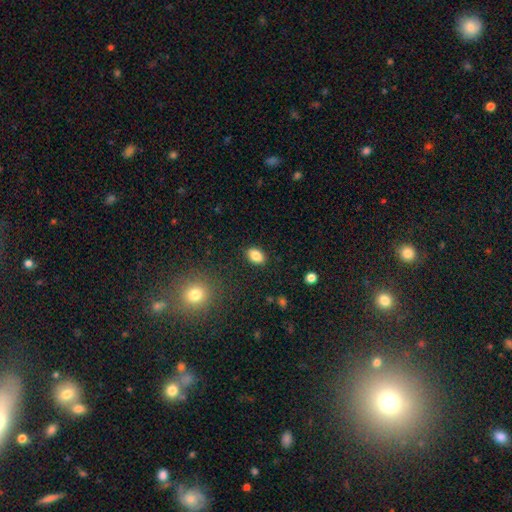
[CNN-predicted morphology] smooth-or-featured: smooth: 85% | star or artifact: 9% | featured or disk: 6%
  how-rounded: in between: 83% | round: 16% | cigar-shaped: 1%
  merging: none: 88% | minor disturbance: 9% | major disturbance: 2% | merger: 1%